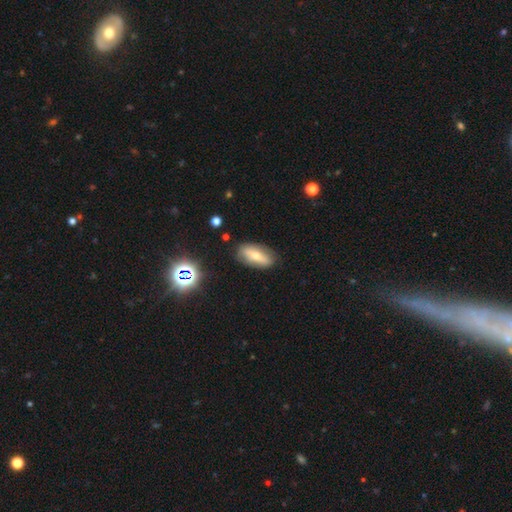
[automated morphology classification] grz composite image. It shows a smooth galaxy with no disk features (53%) that is in between round and cigar-shaped (80%). Merging: none (82%).